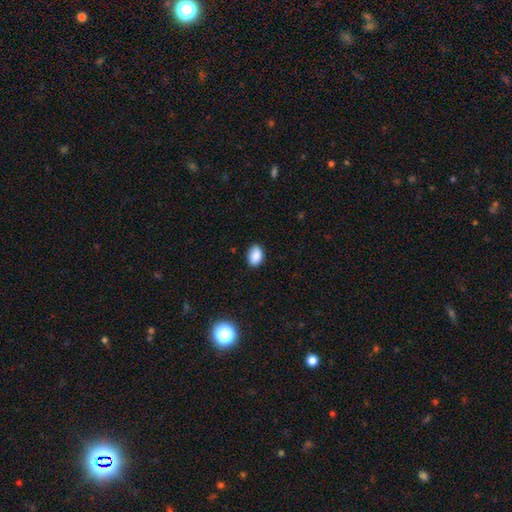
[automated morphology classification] Overall: smooth (88%). How rounded: in between (84%). Merging: none (85%).